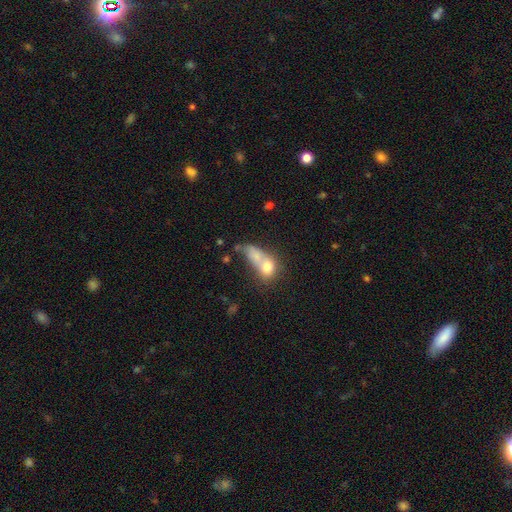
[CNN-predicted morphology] A smooth galaxy with no disk features (68%) that is in between round and cigar-shaped (61%).

Vote fractions:
- Smooth or featured? smooth: 68% / featured or disk: 21% / star or artifact: 11%
- How rounded? in between: 61% / round: 31% / cigar-shaped: 7%
- Merging? merger: 65% / none: 15% / major disturbance: 11% / minor disturbance: 9%